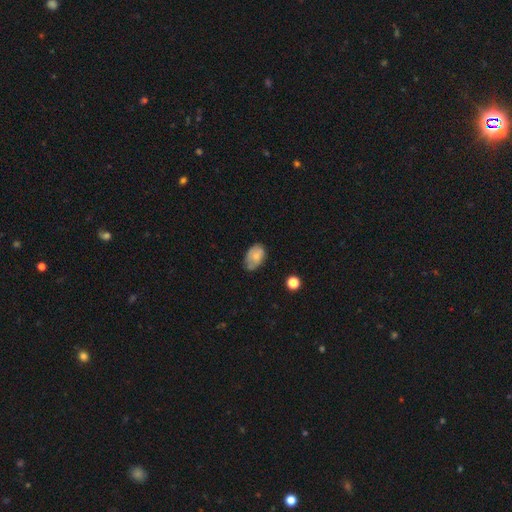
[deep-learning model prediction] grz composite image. It shows a smooth galaxy with no disk features (68%) that is in between round and cigar-shaped (90%). Merging: none (60%).